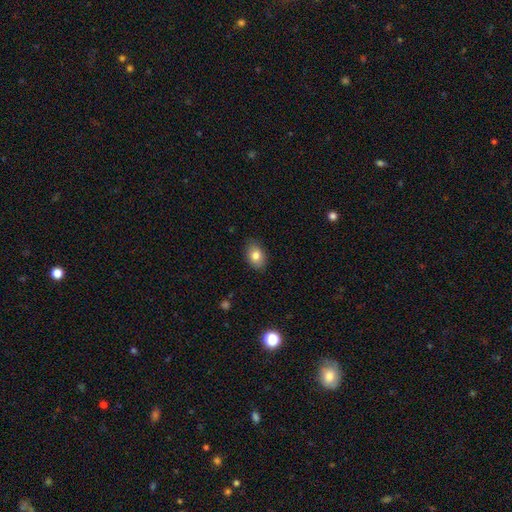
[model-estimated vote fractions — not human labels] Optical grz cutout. It shows a smooth galaxy with no disk features (80%) that is in between round and cigar-shaped (80%). Merging: none (86%).